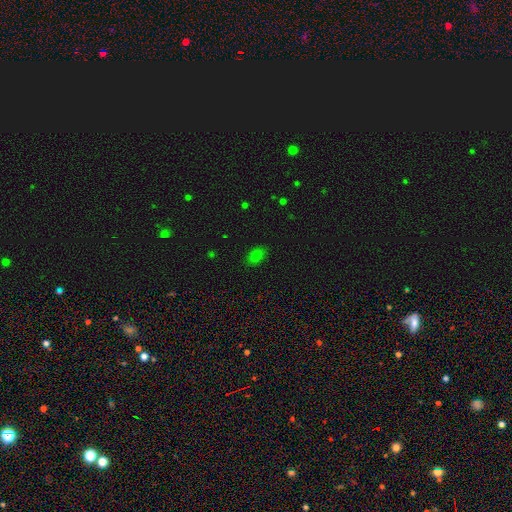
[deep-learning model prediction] smooth 78%, star or artifact 16%, featured or disk 6%. Down the decision tree: how rounded — in between (87%); merging — none (83%).